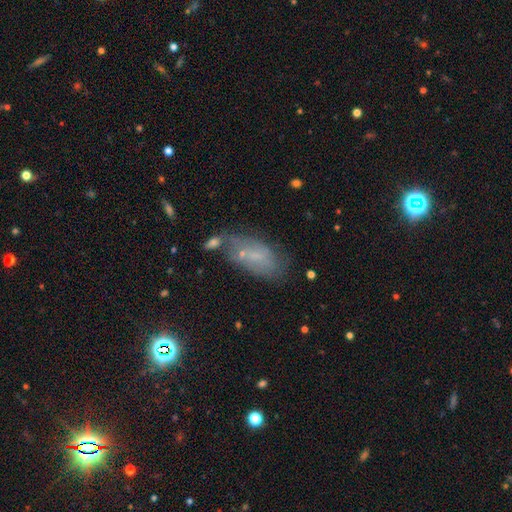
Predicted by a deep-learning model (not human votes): Smooth or featured? smooth (43%)
Merging? none (47%)